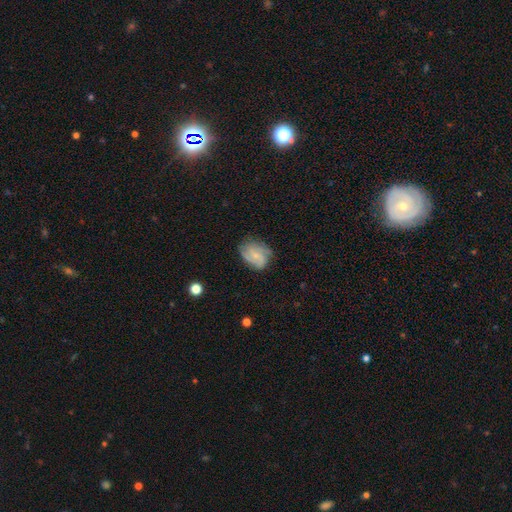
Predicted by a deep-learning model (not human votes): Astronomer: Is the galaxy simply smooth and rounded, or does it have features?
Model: featured or disk — 69%.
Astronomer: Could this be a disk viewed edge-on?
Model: no — 98%.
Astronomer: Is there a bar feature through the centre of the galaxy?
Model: no — 65%.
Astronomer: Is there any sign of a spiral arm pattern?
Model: yes — 94%.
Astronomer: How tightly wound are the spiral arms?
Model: medium — 43% (runner-up: tight, 41%).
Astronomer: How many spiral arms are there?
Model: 3 — 41% (runner-up: can't tell, 19%).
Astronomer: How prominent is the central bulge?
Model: small — 68%.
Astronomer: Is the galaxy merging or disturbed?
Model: none — 69%.